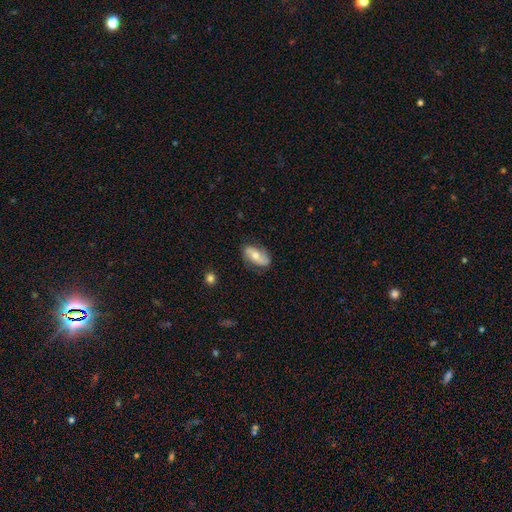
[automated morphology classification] A featured or disk galaxy (49%). Merging: none (75%).